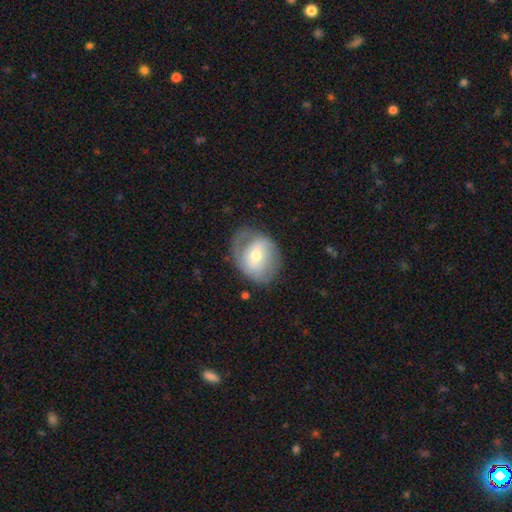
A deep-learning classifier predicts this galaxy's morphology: A featured or disk galaxy (62%) with a weak bar (42%), spiral arms (77%) and a moderate central bulge (60%). Merging: none (63%).